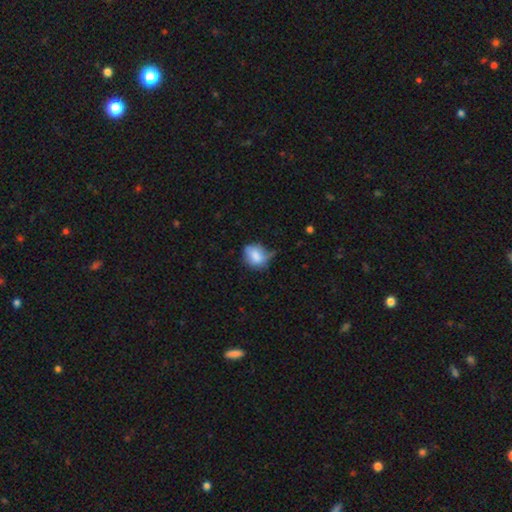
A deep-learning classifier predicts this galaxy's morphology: Smooth or featured?
  - smooth: 76% *
  - featured or disk: 15%
  - star or artifact: 9%
How rounded?
  - round: 54% *
  - in between: 44%
  - cigar-shaped: 2%
Merging?
  - none: 42% *
  - minor disturbance: 38%
  - major disturbance: 15%
  - merger: 5%